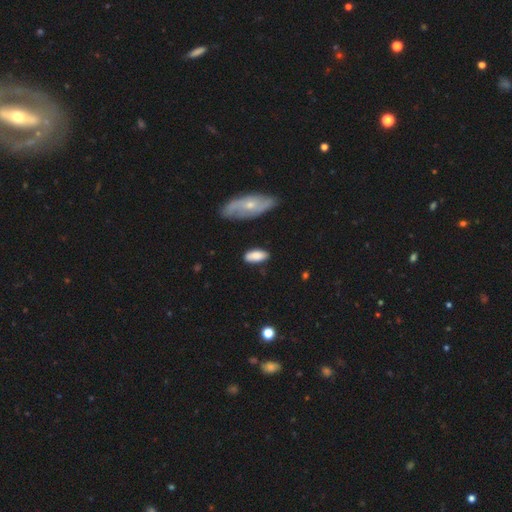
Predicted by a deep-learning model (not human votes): Smooth or featured: smooth — 82% (featured or disk — 11%)
How rounded: in between — 88% (cigar-shaped — 9%)
Merging: none — 76% (minor disturbance — 17%)